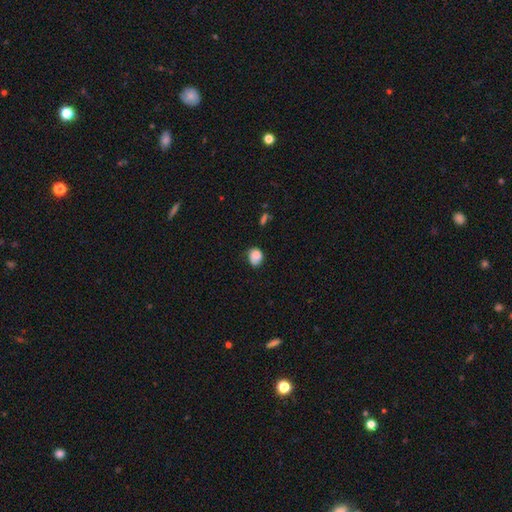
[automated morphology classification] smooth 84%, star or artifact 9%, featured or disk 7%. Down the decision tree: how rounded — round (54%); merging — none (59%).